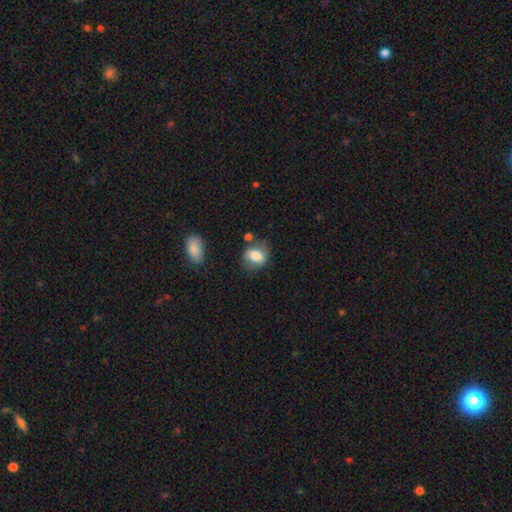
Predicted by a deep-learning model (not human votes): smooth_or_featured: smooth (p=0.76) [alt: featured or disk p=0.16]
how_rounded: in between (p=0.59) [alt: round p=0.39]
merging: none (p=0.64) [alt: minor disturbance p=0.22]